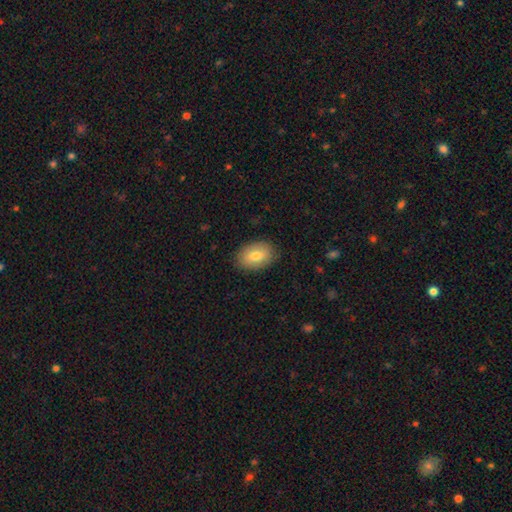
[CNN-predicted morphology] This appears to be a smooth galaxy with no disk features (76%) that is in between round and cigar-shaped (87%). Merging: none (85%).